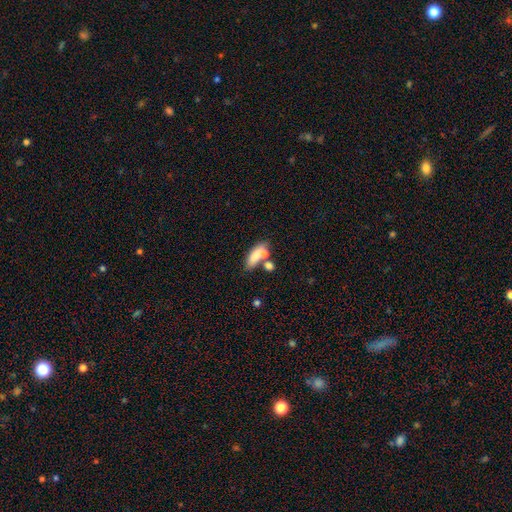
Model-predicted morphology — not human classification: Smooth or featured? smooth (72%)
How rounded? in between (69%)
Merging? none (41%)